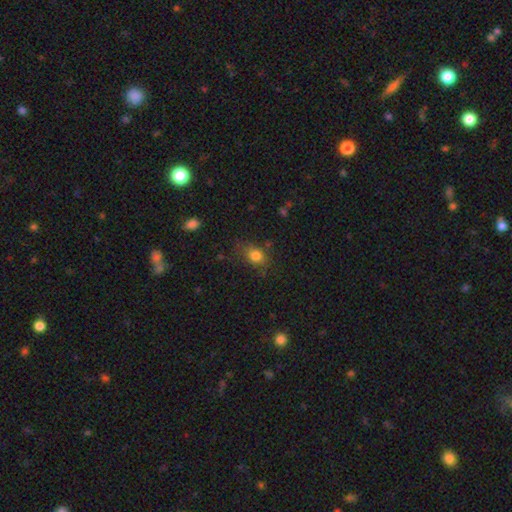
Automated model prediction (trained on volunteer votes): This is likely a smooth galaxy (79%). How rounded: possibly in between (52%). Merging: likely none (66%).